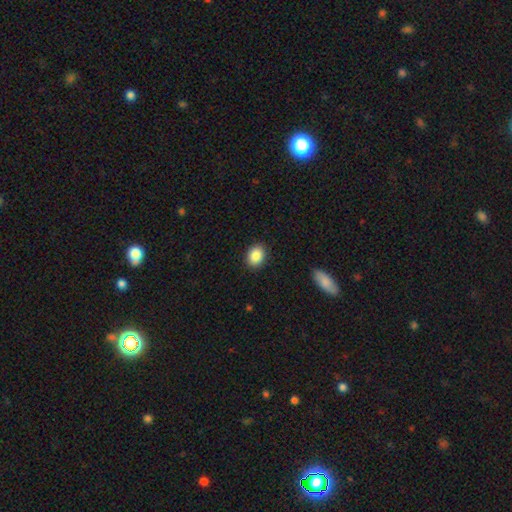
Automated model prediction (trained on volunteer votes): Morphology: type=smooth (88%); roundness=in between (60%); merging=none (89%).